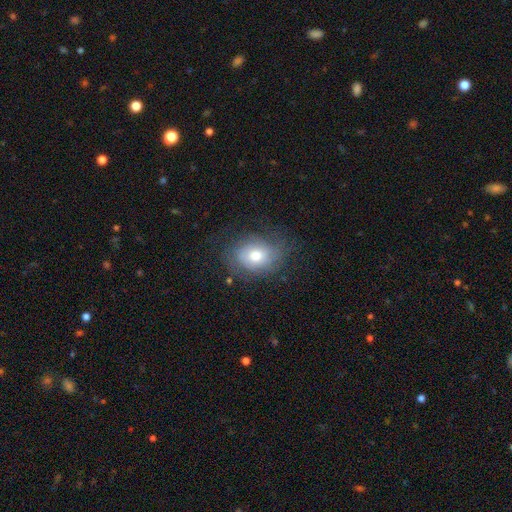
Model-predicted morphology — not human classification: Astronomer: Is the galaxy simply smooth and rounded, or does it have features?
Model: smooth — 59%.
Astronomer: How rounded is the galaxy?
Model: in between — 63%.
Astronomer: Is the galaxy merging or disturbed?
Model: none — 65%.